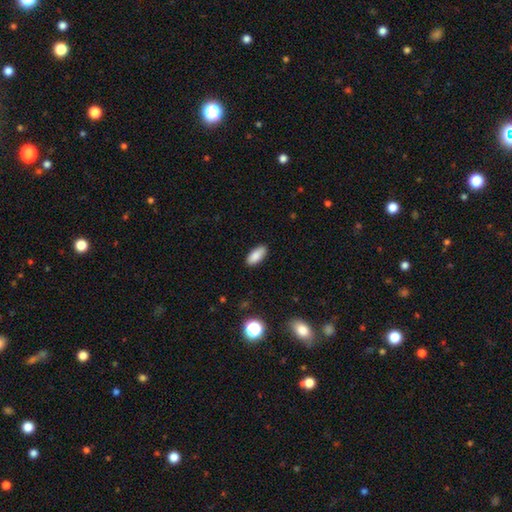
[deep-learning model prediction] Overall: smooth (87%). How rounded: in between (87%). Merging: none (88%).